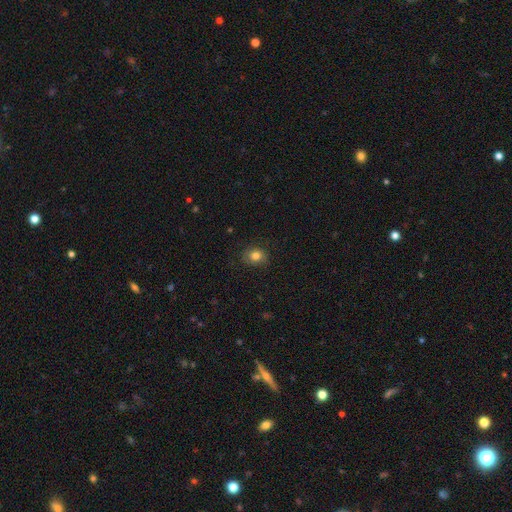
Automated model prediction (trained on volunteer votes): Overall: smooth (81%). How rounded: round (63%; in between 37%). Merging: none (81%).